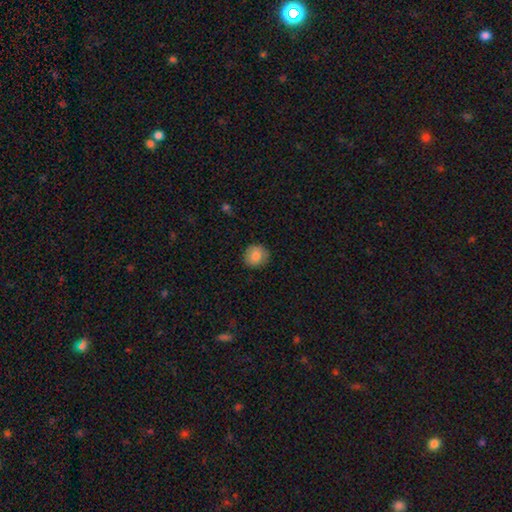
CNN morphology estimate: smooth 84%, star or artifact 8%, featured or disk 8%. Down the decision tree: how rounded — round (88%); merging — none (87%).